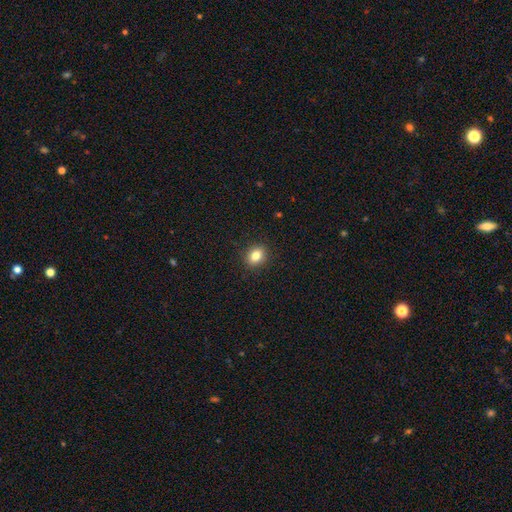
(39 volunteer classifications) A smooth galaxy with no disk features (87%) that is in between round and cigar-shaped (53%).

Vote fractions:
- Smooth or featured? smooth: 87% / star or artifact: 8% / featured or disk: 5%
- How rounded? in between: 53% / round: 47% / cigar-shaped: 0%
- Merging? none: 94% / minor disturbance: 6% / major disturbance: 0% / merger: 0%